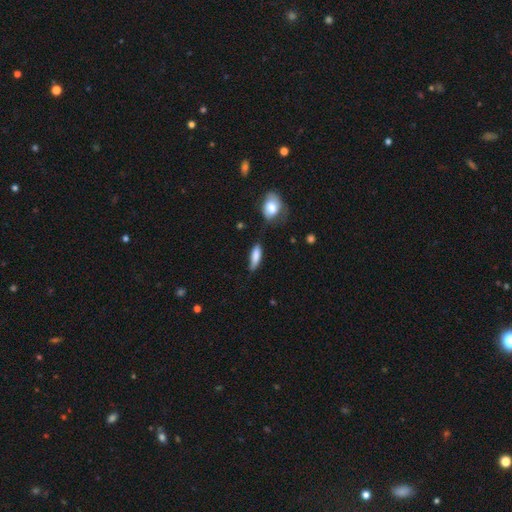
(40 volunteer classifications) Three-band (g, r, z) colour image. It shows a smooth galaxy with no disk features (72%) that is cigar-shaped (69%). Merging: none (46%).